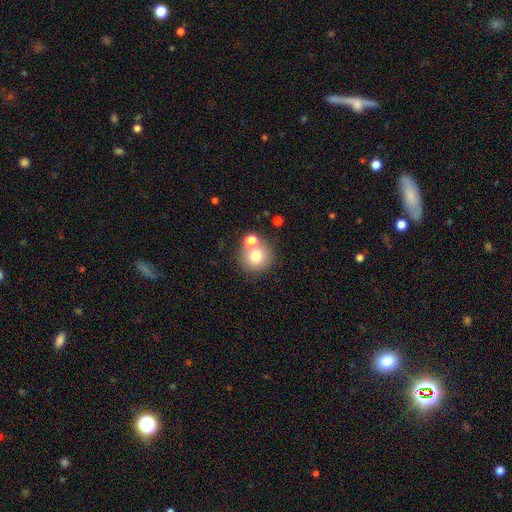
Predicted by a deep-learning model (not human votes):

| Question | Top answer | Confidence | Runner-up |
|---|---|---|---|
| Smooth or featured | smooth | 73% | featured or disk (14%) |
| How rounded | round | 91% | in between (8%) |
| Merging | none | 62% | merger (26%) |